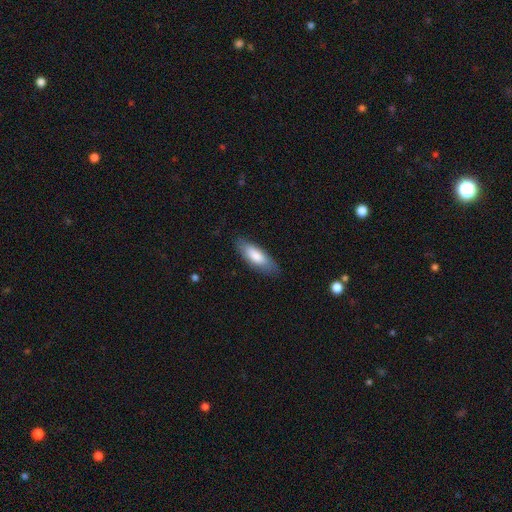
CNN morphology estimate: Smooth or featured? smooth (78%)
How rounded? in between (64%)
Merging? none (82%)